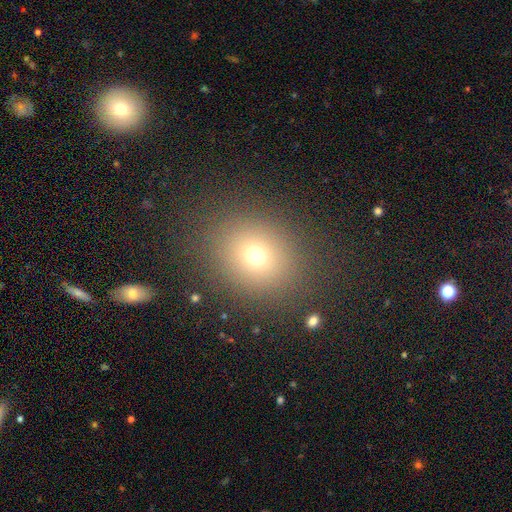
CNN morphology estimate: The model was most divided on "how rounded": round: 65%, in between: 34%, cigar-shaped: 1%. More confident: merging — none (86%); smooth or featured — smooth (70%).